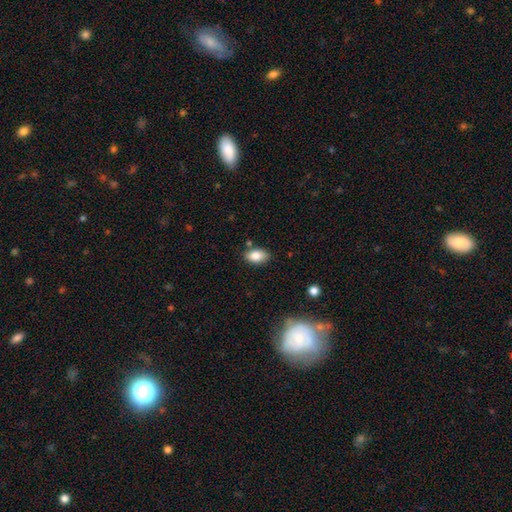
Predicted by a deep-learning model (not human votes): Q: Smooth or featured?
A: smooth (84%); runner-up: star or artifact (8%)
Q: How rounded?
A: in between (90%); runner-up: round (8%)
Q: Merging?
A: none (79%); runner-up: minor disturbance (14%)